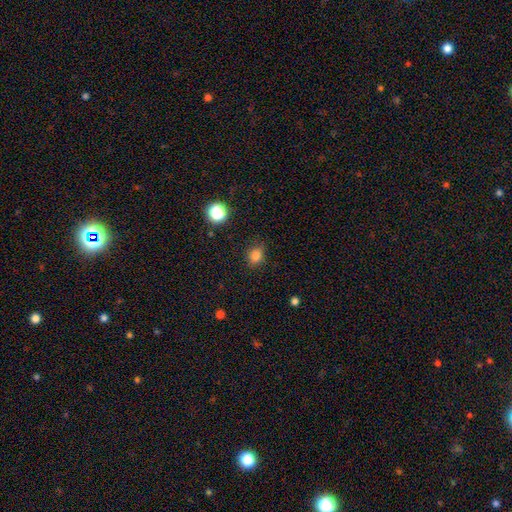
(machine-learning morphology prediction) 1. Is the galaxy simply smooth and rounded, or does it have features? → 82% smooth, 14% star or artifact, 5% featured or disk.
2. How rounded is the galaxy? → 65% round, 34% in between, 1% cigar-shaped.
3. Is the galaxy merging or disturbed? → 78% none, 17% minor disturbance, 4% major disturbance, 2% merger.